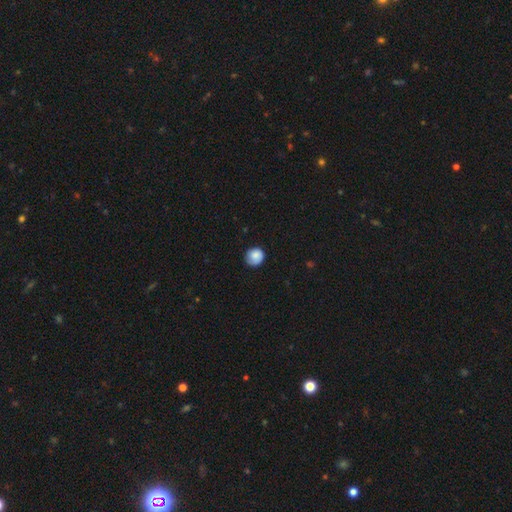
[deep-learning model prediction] This is likely a smooth galaxy (79%). How rounded: clearly round (83%). Merging: likely none (74%).